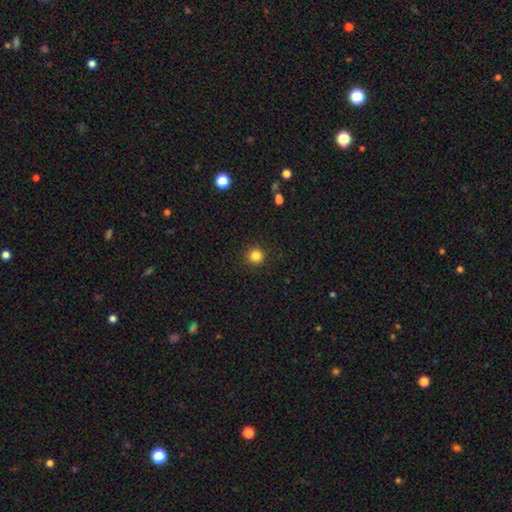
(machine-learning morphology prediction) smooth_or_featured: smooth (p=0.84) [alt: star or artifact p=0.12]
how_rounded: round (p=0.94) [alt: in between p=0.05]
merging: none (p=0.91) [alt: minor disturbance p=0.06]